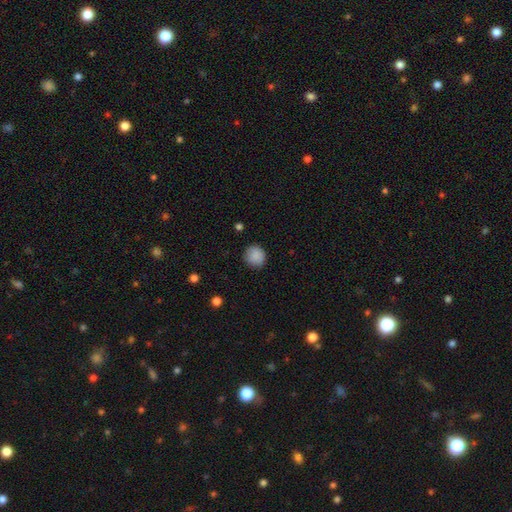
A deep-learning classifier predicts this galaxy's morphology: Smooth or featured?
  - smooth: 88% *
  - star or artifact: 8%
  - featured or disk: 4%
How rounded?
  - round: 86% *
  - in between: 13%
  - cigar-shaped: 1%
Merging?
  - none: 85% *
  - minor disturbance: 12%
  - major disturbance: 3%
  - merger: 1%